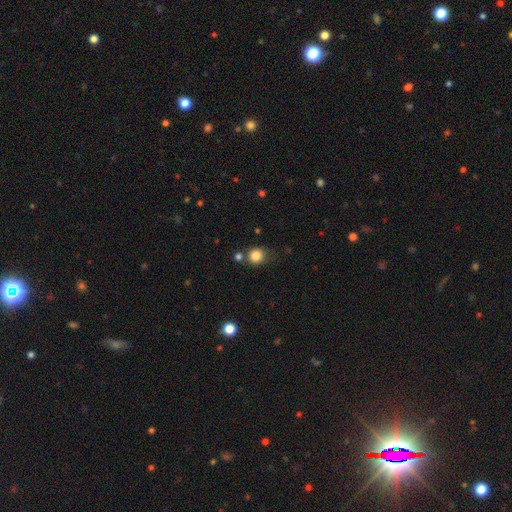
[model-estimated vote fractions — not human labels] Smooth or featured?
  - smooth: 84% *
  - star or artifact: 11%
  - featured or disk: 5%
How rounded?
  - round: 85% *
  - in between: 14%
  - cigar-shaped: 1%
Merging?
  - none: 69% *
  - minor disturbance: 15%
  - merger: 10%
  - major disturbance: 5%